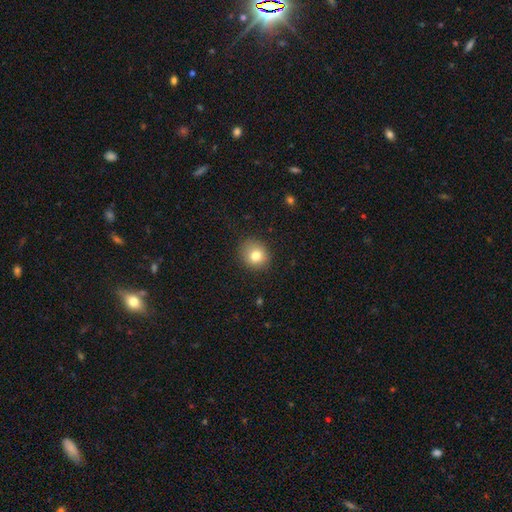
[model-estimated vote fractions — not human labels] This appears to be a smooth galaxy with no disk features (79%) that is round (77%). Merging: none (86%).